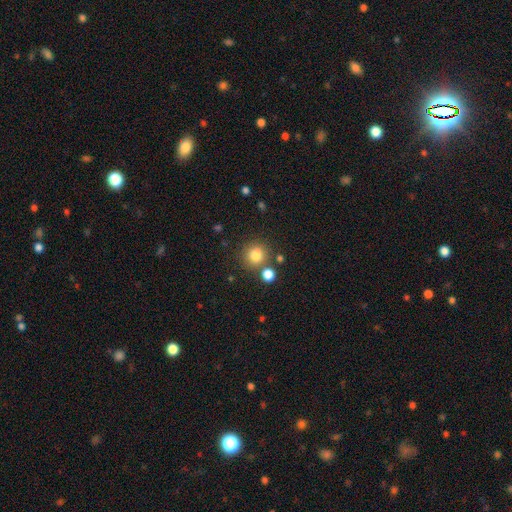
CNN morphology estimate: The model was most divided on "merging": none: 75%, merger: 13%, minor disturbance: 9%, major disturbance: 3%. More confident: how rounded — round (88%); smooth or featured — smooth (80%).